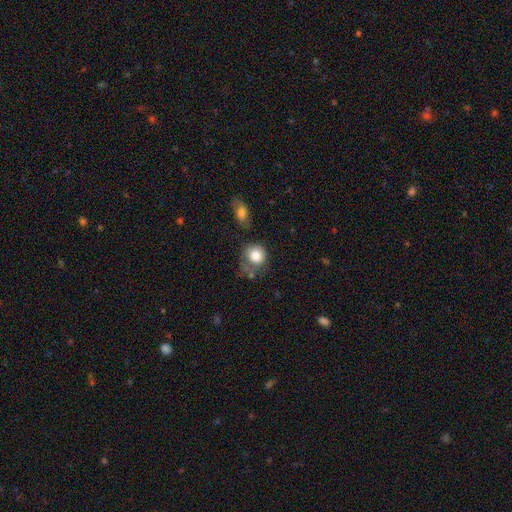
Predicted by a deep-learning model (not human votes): Smooth or featured: smooth — 79% (featured or disk — 12%)
How rounded: round — 83% (in between — 16%)
Merging: none — 55% (minor disturbance — 23%)